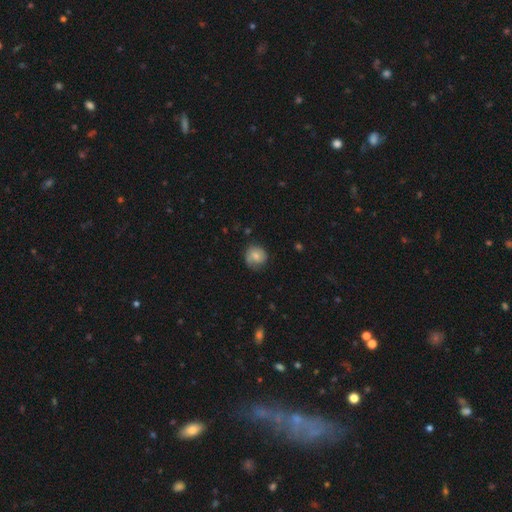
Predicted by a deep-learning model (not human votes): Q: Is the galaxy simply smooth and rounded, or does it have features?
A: smooth — 66%.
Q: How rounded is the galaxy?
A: round — 85%.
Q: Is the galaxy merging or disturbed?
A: none — 69%.